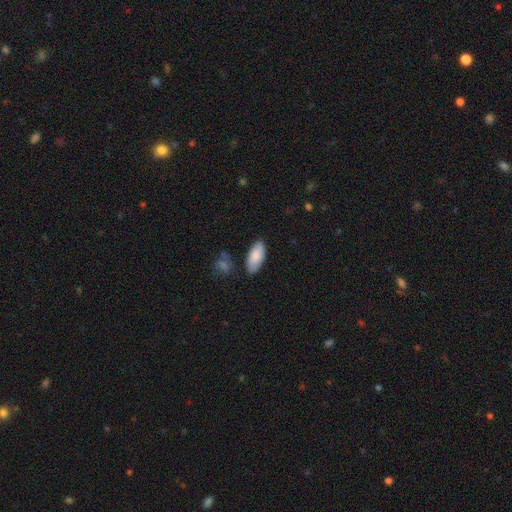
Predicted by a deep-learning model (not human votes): The model was most divided on "merging": none: 78%, minor disturbance: 16%, major disturbance: 3%, merger: 3%. More confident: how rounded — in between (91%); smooth or featured — smooth (85%).